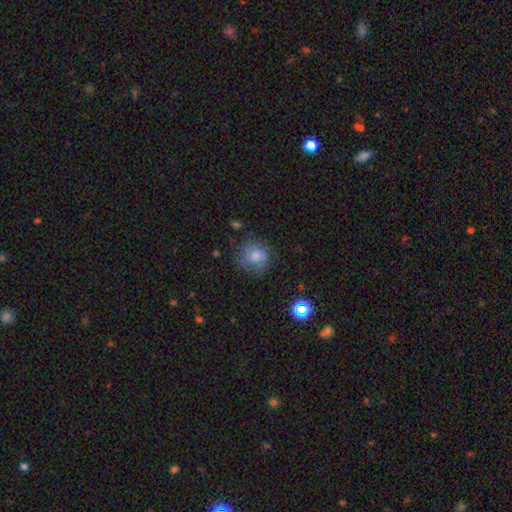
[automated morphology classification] A smooth galaxy with no disk features (61%) that is round (82%).

Vote fractions:
- Smooth or featured? smooth: 61% / featured or disk: 25% / star or artifact: 14%
- How rounded? round: 82% / in between: 17% / cigar-shaped: 1%
- Merging? none: 66% / minor disturbance: 22% / major disturbance: 10% / merger: 2%